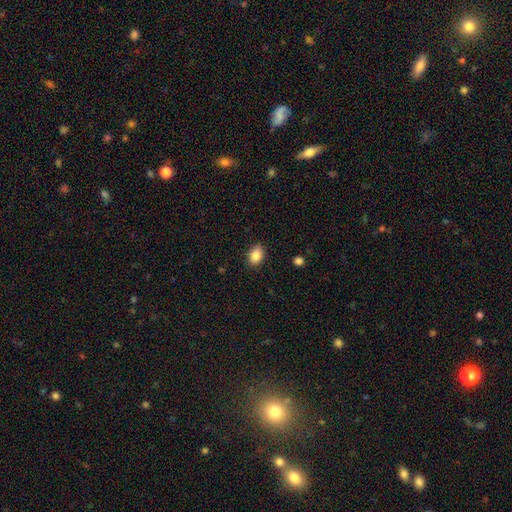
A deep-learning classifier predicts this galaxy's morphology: type=smooth (85%); roundness=in between (77%); merging=none (86%).